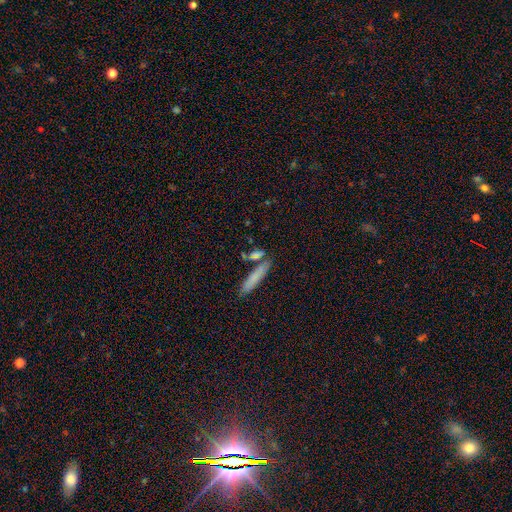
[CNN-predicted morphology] The model was most divided on "how rounded": cigar-shaped: 67%, in between: 25%, round: 8%. More confident: smooth or featured — smooth (76%); merging — none (70%).